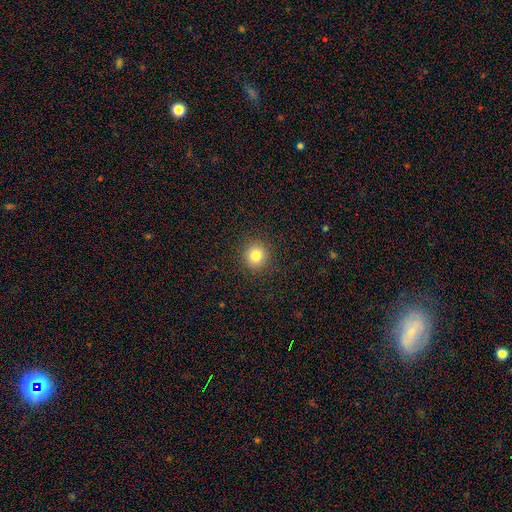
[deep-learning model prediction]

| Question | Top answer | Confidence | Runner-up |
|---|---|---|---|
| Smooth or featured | smooth | 81% | star or artifact (12%) |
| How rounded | round | 92% | in between (7%) |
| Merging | none | 91% | minor disturbance (6%) |